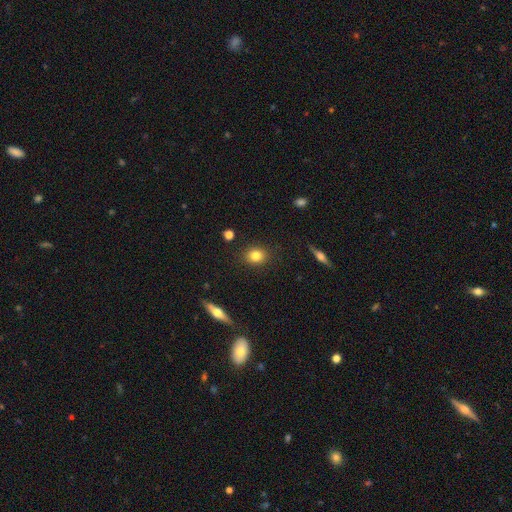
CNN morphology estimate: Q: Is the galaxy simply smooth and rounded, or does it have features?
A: smooth — 82%.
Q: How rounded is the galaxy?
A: round — 68%.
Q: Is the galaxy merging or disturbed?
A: none — 89%.